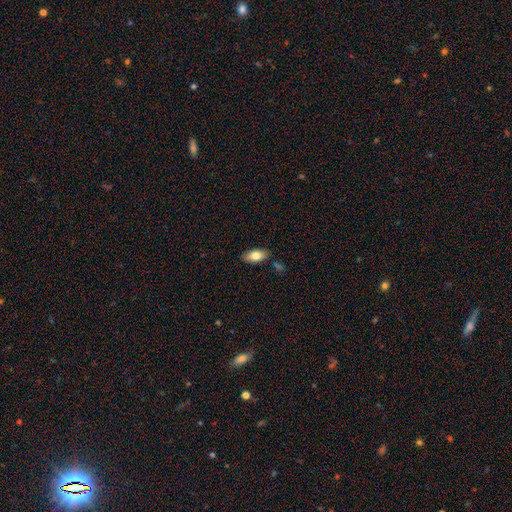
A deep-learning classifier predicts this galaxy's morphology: The model was most divided on "smooth or featured": smooth: 79%, featured or disk: 14%, star or artifact: 7%. More confident: how rounded — in between (91%); merging — none (81%).